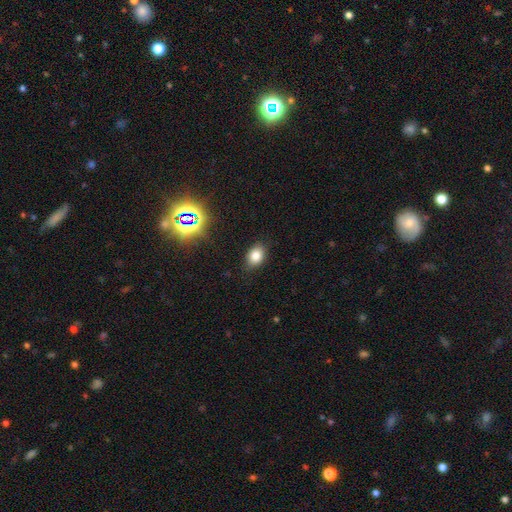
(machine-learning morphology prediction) smooth_or_featured: smooth (p=0.79) [alt: star or artifact p=0.13]
how_rounded: in between (p=0.77) [alt: round p=0.22]
merging: none (p=0.83) [alt: minor disturbance p=0.13]